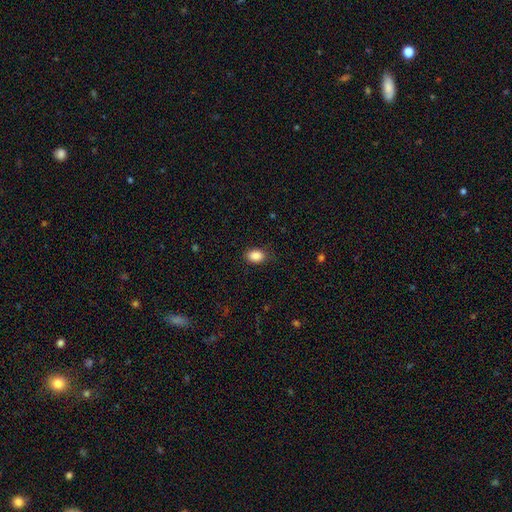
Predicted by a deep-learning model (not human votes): Morphology: type=smooth (88%); roundness=in between (79%); merging=none (82%).